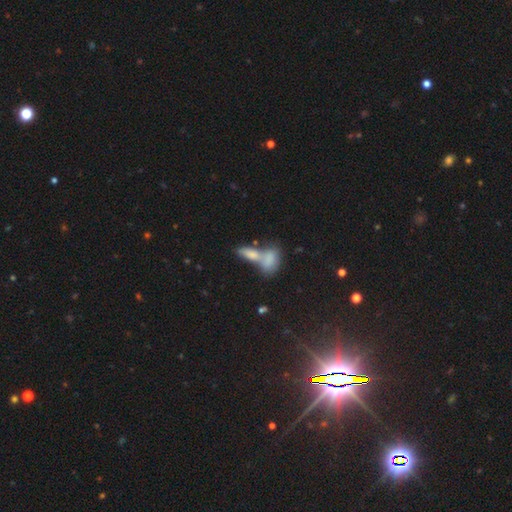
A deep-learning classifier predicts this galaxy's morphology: smooth 68%, featured or disk 19%, star or artifact 14%. Down the decision tree: how rounded — in between (78%); merging — merger (63%).